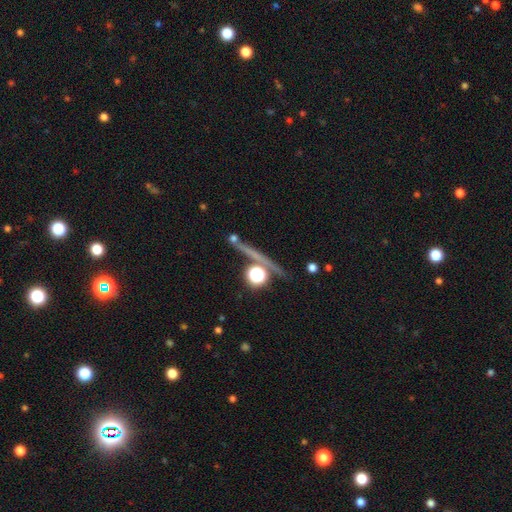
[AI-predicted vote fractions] This is marginally a star or artifact rather than a galaxy (40%).